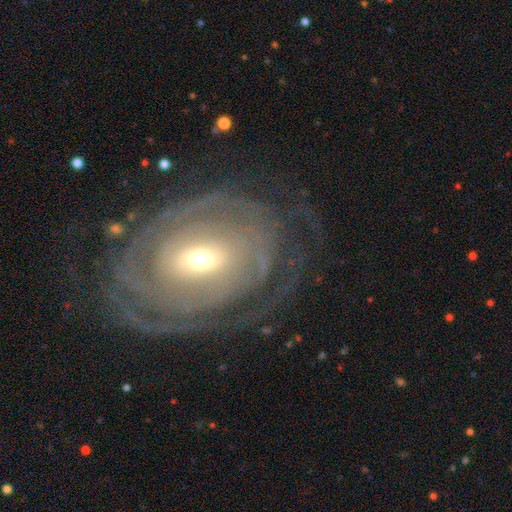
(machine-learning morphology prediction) This is clearly a featured or disk galaxy (84%). It is clearly not viewed edge-on (95%). Bar: marginally weak (40%). Spiral arm pattern: clearly yes (89%). Spiral arm count: marginally can't tell (45%). Spiral winding: likely tight (77%). Central bulge: possibly moderate (47%). Merging: likely none (71%).